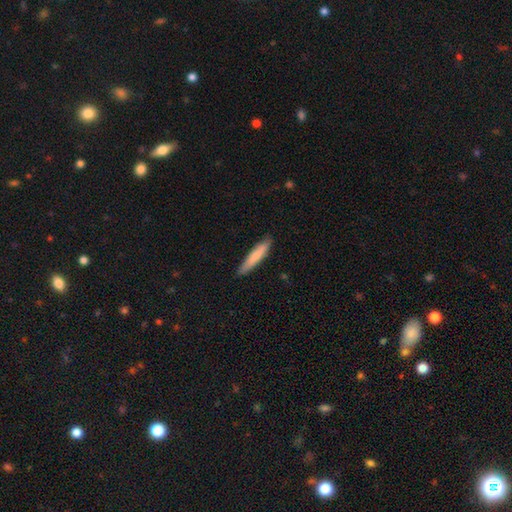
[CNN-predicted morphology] This is likely a smooth galaxy (78%). How rounded: clearly cigar-shaped (90%). Merging: clearly none (86%).